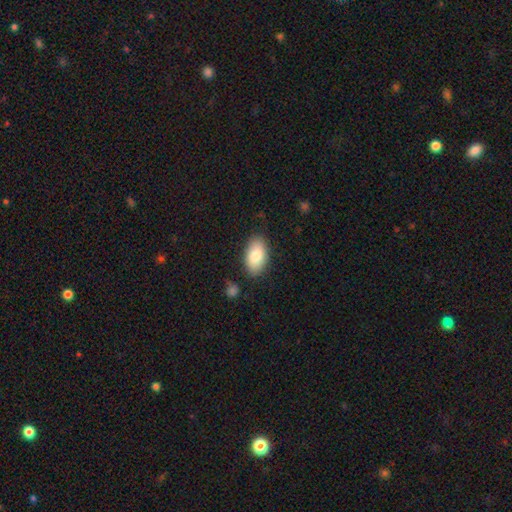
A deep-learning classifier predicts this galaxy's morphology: This is clearly a smooth galaxy (84%). How rounded: clearly in between (94%). Merging: clearly none (83%).